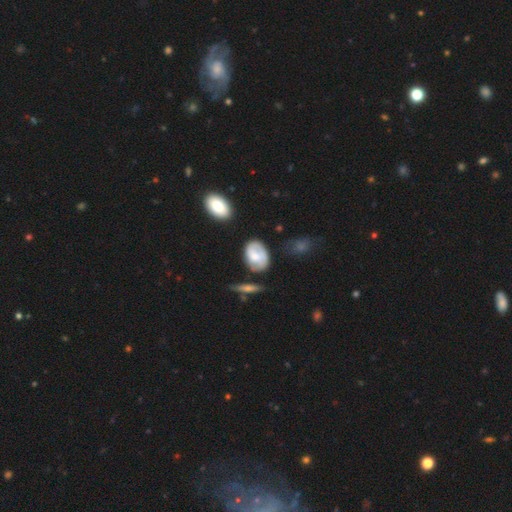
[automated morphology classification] Smooth or featured: smooth — 58% (featured or disk — 36%)
How rounded: in between — 81% (round — 18%)
Merging: none — 60% (minor disturbance — 26%)